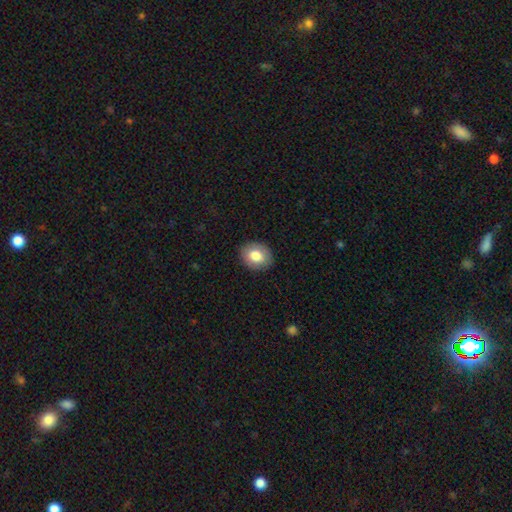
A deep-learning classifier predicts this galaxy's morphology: Q: Smooth or featured?
A: smooth (80%); runner-up: featured or disk (12%)
Q: How rounded?
A: round (52%); runner-up: in between (47%)
Q: Merging?
A: none (89%); runner-up: minor disturbance (8%)